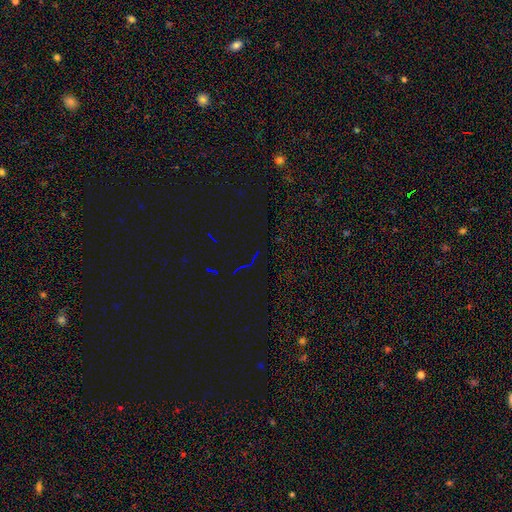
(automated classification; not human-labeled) Q: Smooth or featured?
A: star or artifact (81%); runner-up: featured or disk (10%)